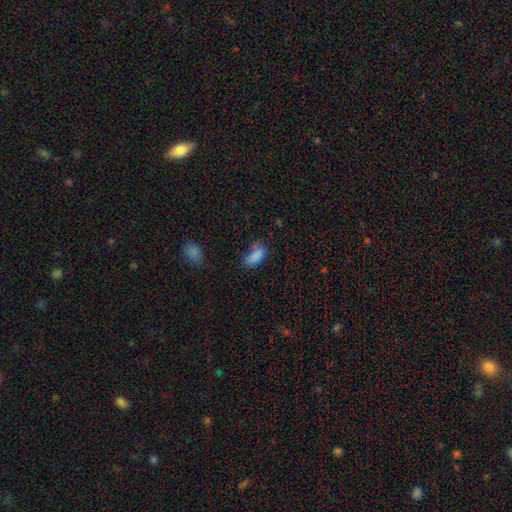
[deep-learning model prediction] Q: Smooth or featured?
A: smooth (81%); runner-up: star or artifact (12%)
Q: How rounded?
A: in between (77%); runner-up: cigar-shaped (20%)
Q: Merging?
A: none (52%); runner-up: minor disturbance (28%)